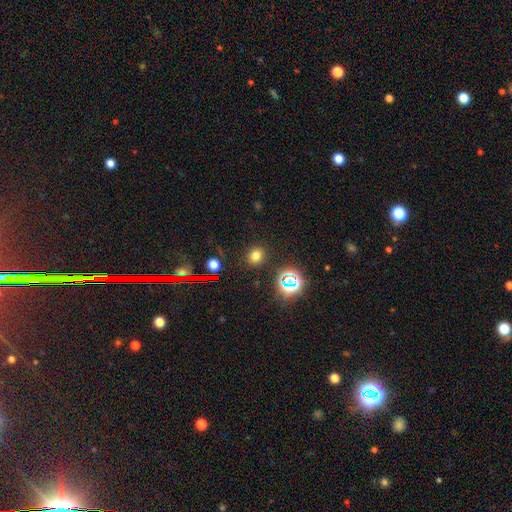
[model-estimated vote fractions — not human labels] Morphology: type=smooth (71%); roundness=round (73%); merging=none (88%).